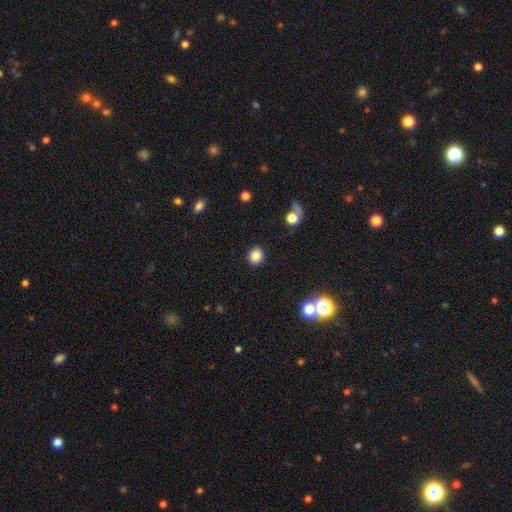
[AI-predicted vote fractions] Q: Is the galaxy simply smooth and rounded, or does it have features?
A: smooth — 86%.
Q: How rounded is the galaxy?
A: round — 73%.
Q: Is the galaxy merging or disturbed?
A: none — 89%.